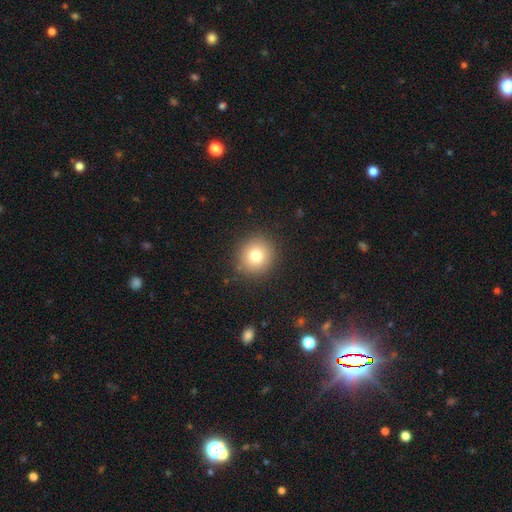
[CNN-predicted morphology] This is likely a smooth galaxy (78%). How rounded: clearly round (92%). Merging: clearly none (90%).